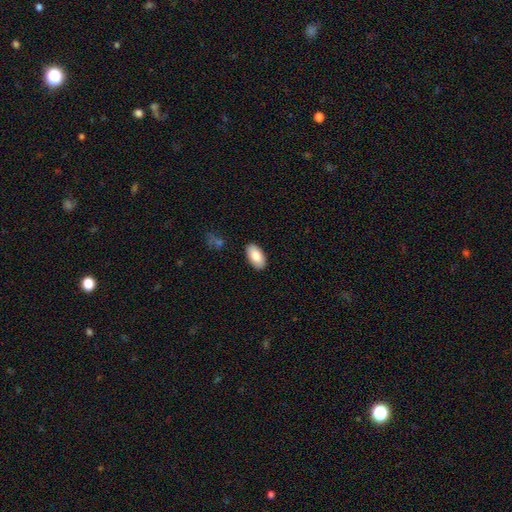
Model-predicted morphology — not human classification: Smooth or featured? smooth (81%)
How rounded? in between (95%)
Merging? none (88%)